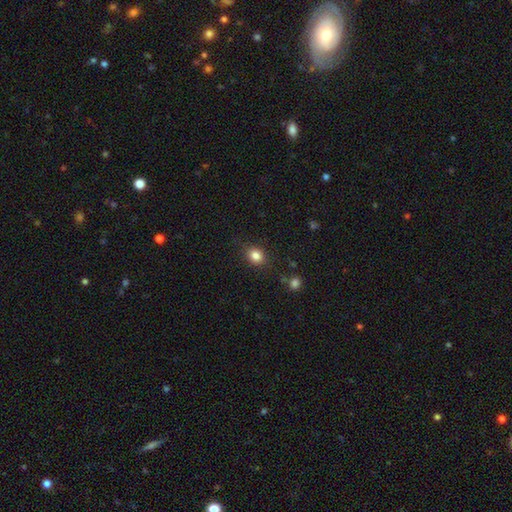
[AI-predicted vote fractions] Smooth or featured: smooth — 84% (star or artifact — 11%)
How rounded: round — 61% (in between — 38%)
Merging: none — 84% (minor disturbance — 11%)